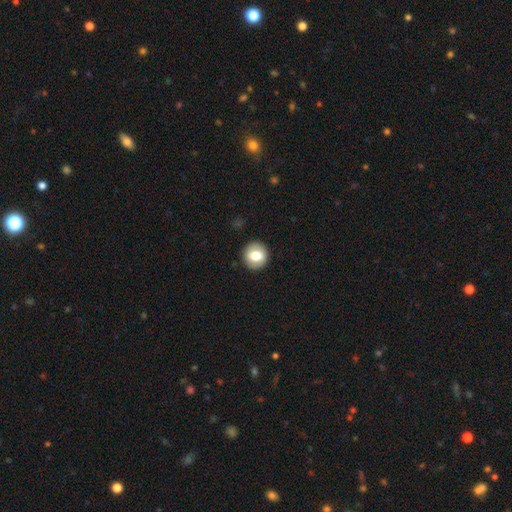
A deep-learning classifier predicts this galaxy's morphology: This appears to be a smooth galaxy with no disk features (73%) that is round (88%). Merging: none (90%).